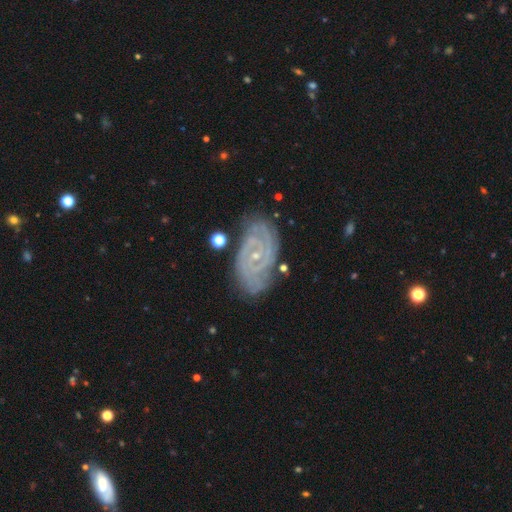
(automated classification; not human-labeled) Smooth or featured? featured or disk (86%)
Edge-on disk? no (96%)
Bar? no (58%)
Spiral arms? yes (97%)
Spiral winding? tight (72%)
Spiral arm count? 2 (52%)
Bulge size? small (83%)
Merging? none (79%)